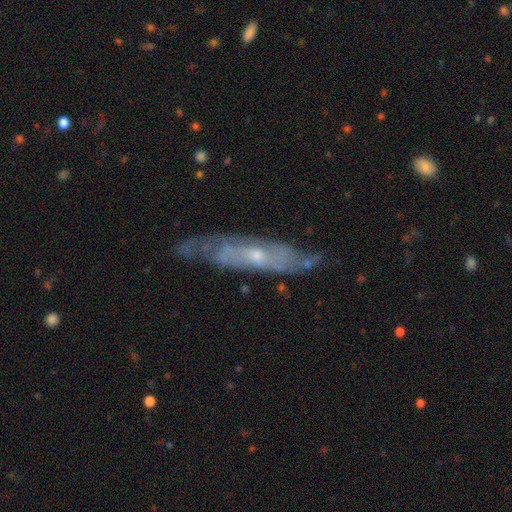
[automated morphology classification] This appears to be a featured or disk galaxy (78%). Merging: none (69%).